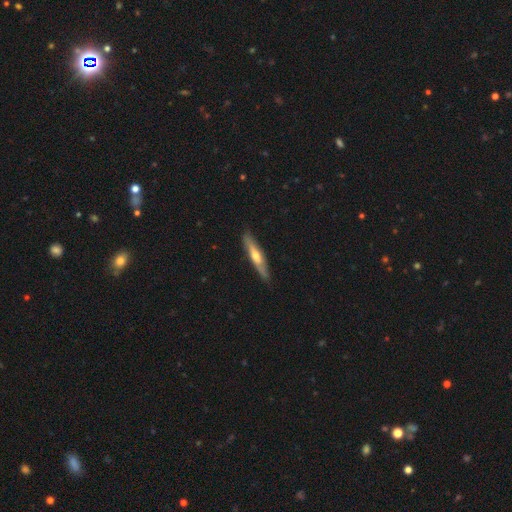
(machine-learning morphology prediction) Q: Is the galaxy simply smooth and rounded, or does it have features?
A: featured or disk — 51%.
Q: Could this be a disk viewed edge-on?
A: yes — 87%.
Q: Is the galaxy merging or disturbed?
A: none — 86%.